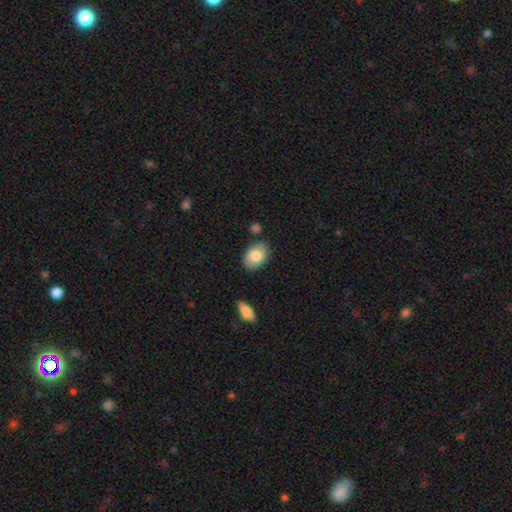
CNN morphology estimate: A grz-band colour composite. It shows a smooth galaxy with no disk features (80%) that is in between round and cigar-shaped (86%). Merging: none (80%).